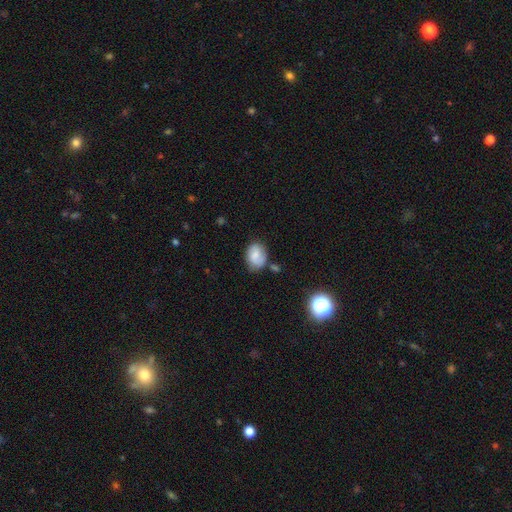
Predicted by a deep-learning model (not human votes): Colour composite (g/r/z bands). It shows a smooth galaxy with no disk features (69%) that is in between round and cigar-shaped (66%). Merging: none (64%).